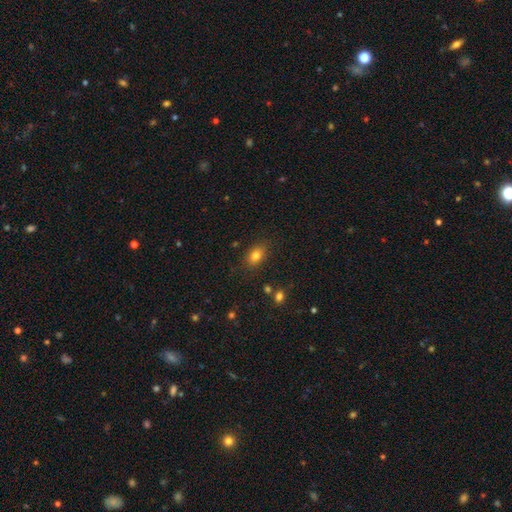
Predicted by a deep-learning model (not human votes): This is likely a smooth galaxy (80%). How rounded: likely in between (80%). Merging: clearly none (83%).